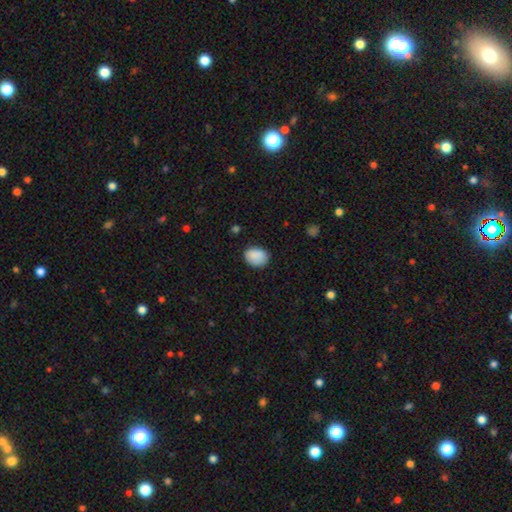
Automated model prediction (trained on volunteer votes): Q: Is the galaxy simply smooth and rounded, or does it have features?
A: smooth — 87%.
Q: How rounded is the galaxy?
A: in between — 62%.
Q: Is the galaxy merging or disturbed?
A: none — 77%.